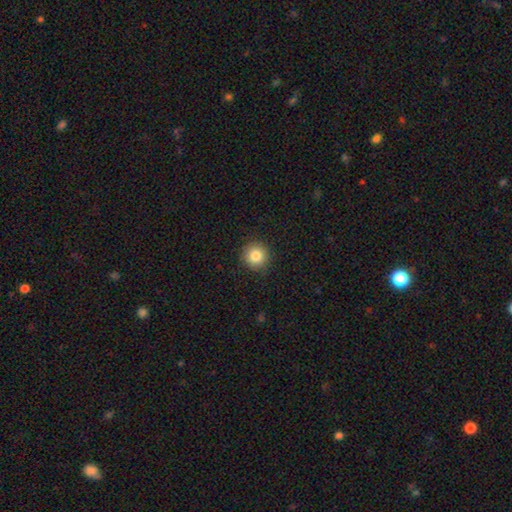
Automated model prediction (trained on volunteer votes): smooth_or_featured: smooth (p=0.84) [alt: star or artifact p=0.10]
how_rounded: round (p=0.95) [alt: in between p=0.04]
merging: none (p=0.91) [alt: minor disturbance p=0.06]